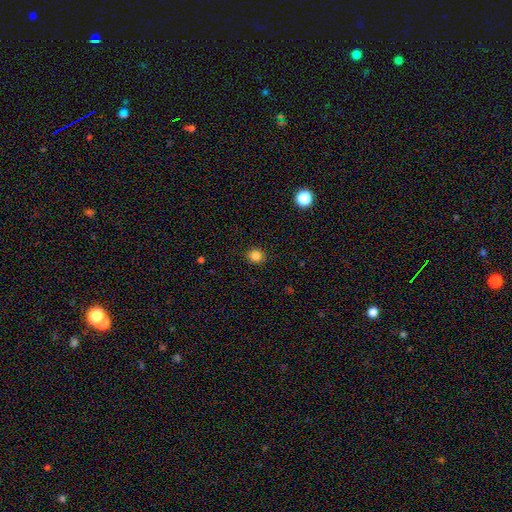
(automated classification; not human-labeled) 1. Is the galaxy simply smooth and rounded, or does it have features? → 84% smooth, 12% star or artifact, 4% featured or disk.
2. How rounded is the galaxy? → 85% round, 14% in between, 1% cigar-shaped.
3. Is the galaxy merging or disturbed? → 90% none, 7% minor disturbance, 2% major disturbance, 1% merger.